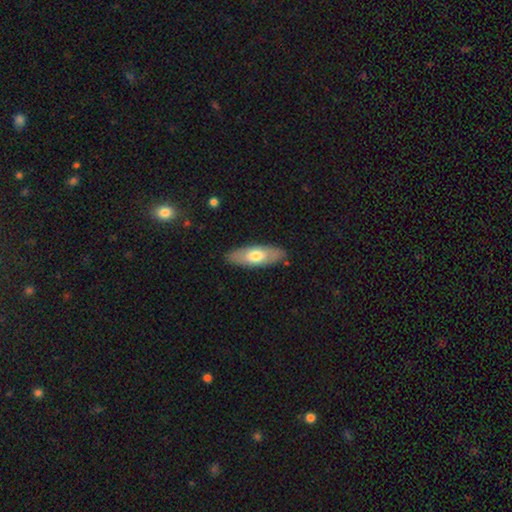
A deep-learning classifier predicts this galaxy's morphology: This is likely a smooth galaxy (63%). How rounded: likely in between (71%). Merging: clearly none (86%).